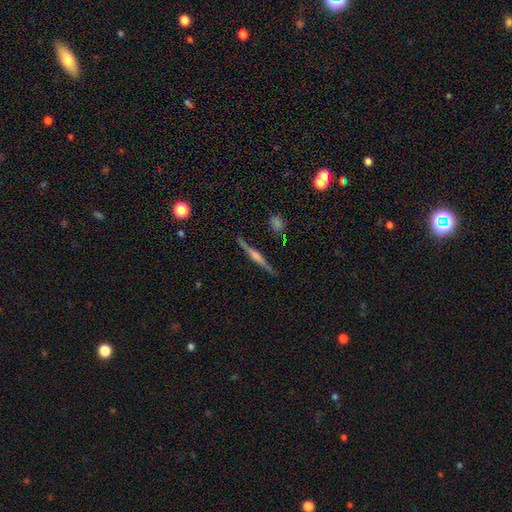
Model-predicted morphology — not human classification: This appears to be a featured or disk galaxy (77%) viewed edge-on (98%) with a rounded central bulge (70%). Merging: none (90%).